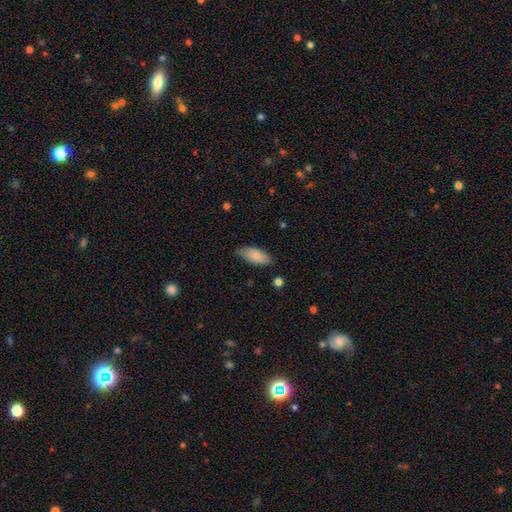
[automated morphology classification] type=smooth (84%); roundness=in between (86%); merging=none (74%).